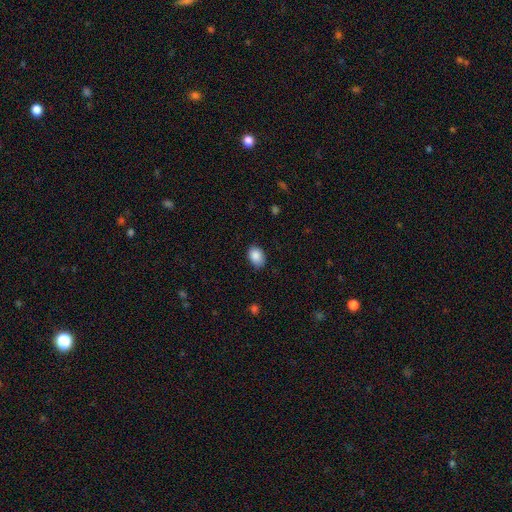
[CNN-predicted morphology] smooth 89%, star or artifact 7%, featured or disk 4%. Down the decision tree: how rounded — in between (80%); merging — none (82%).